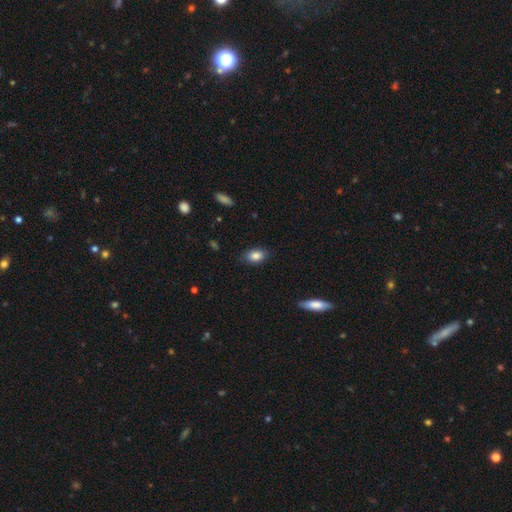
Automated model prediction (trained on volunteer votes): smooth_or_featured: smooth (p=0.85) [alt: star or artifact p=0.08]
how_rounded: in between (p=0.88) [alt: round p=0.09]
merging: none (p=0.83) [alt: minor disturbance p=0.13]